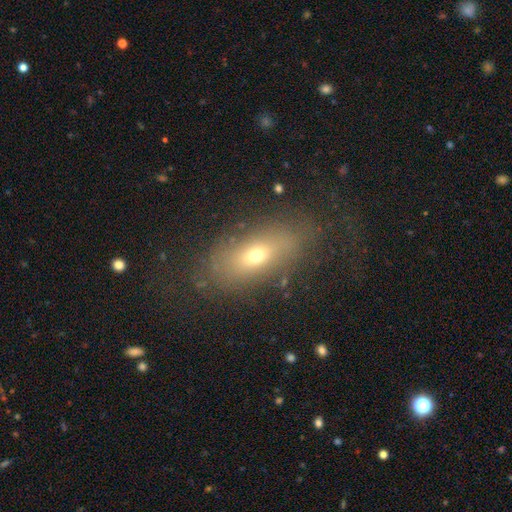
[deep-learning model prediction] The model was most divided on "smooth or featured": smooth: 59%, featured or disk: 27%, star or artifact: 14%. More confident: how rounded — in between (78%); merging — none (68%).